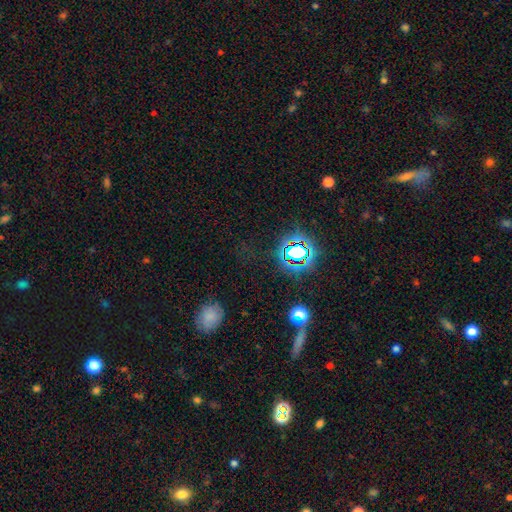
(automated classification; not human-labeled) A star or artifact, not a galaxy (70%).

Vote fractions:
- Smooth or featured? star or artifact: 70% / smooth: 21% / featured or disk: 9%